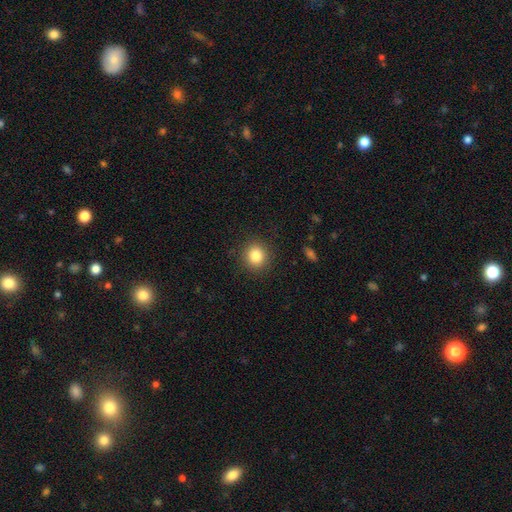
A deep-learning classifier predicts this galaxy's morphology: A smooth galaxy with no disk features (84%) that is round (88%).

Vote fractions:
- Smooth or featured? smooth: 84% / star or artifact: 10% / featured or disk: 6%
- How rounded? round: 88% / in between: 11% / cigar-shaped: 1%
- Merging? none: 90% / minor disturbance: 7% / major disturbance: 2% / merger: 1%